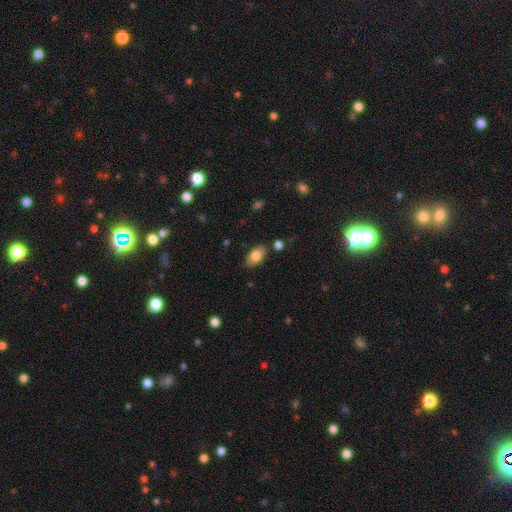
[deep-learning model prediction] Smooth or featured? Predicted: smooth (p=0.82). How rounded? Predicted: in between (p=0.92). Merging? Predicted: none (p=0.83).